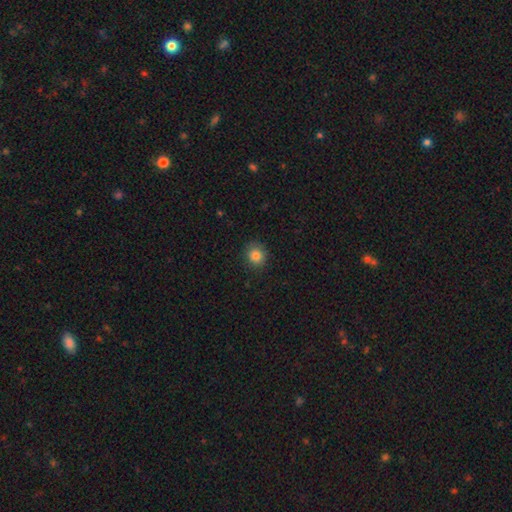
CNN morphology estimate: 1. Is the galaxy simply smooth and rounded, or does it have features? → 83% smooth, 11% star or artifact, 6% featured or disk.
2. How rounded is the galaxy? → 81% round, 18% in between, 1% cigar-shaped.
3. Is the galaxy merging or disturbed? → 87% none, 10% minor disturbance, 2% major disturbance, 1% merger.